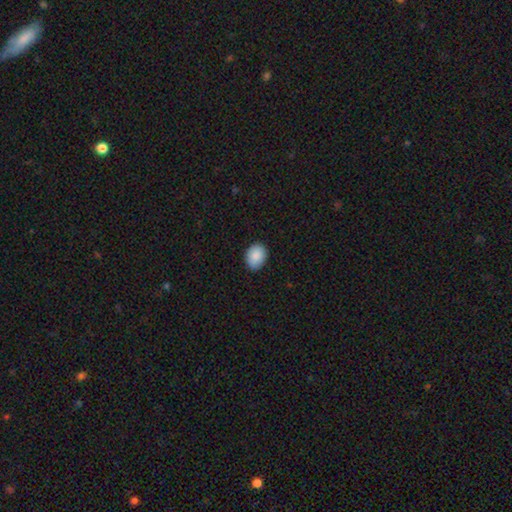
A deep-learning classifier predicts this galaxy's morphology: Overall: smooth (89%). How rounded: in between (68%; round 31%). Merging: none (87%).